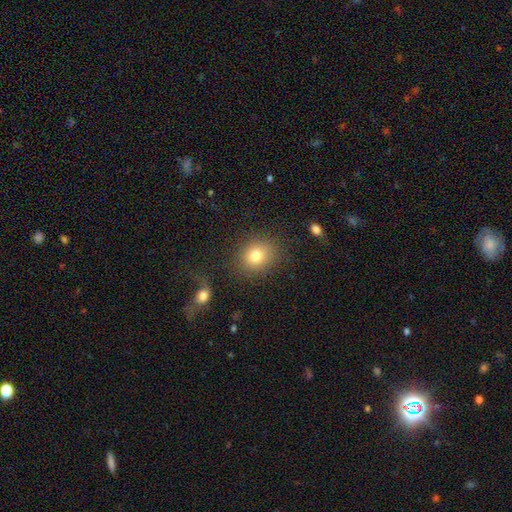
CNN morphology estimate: This appears to be a smooth galaxy with no disk features (79%) that is round (66%). Merging: none (81%).